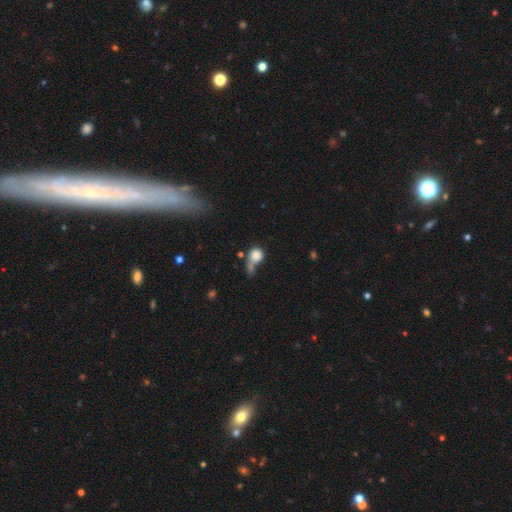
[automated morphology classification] This appears to be a smooth galaxy with no disk features (80%) that is round (82%). Merging: merger (32%, tied with none).